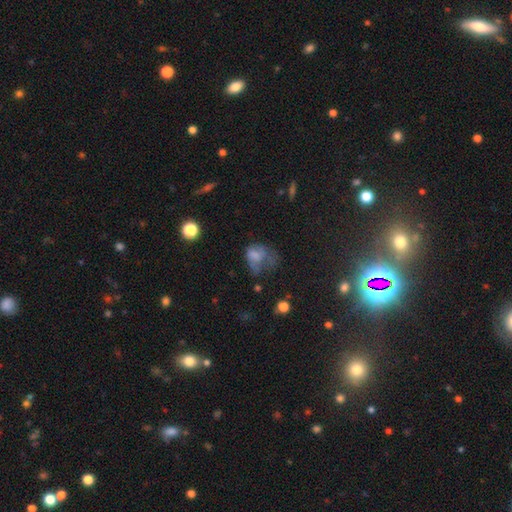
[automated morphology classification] smooth-or-featured: smooth: 58% | featured or disk: 26% | star or artifact: 16%
  how-rounded: in between: 62% | round: 36% | cigar-shaped: 1%
  merging: major disturbance: 49% | minor disturbance: 23% | none: 22% | merger: 7%